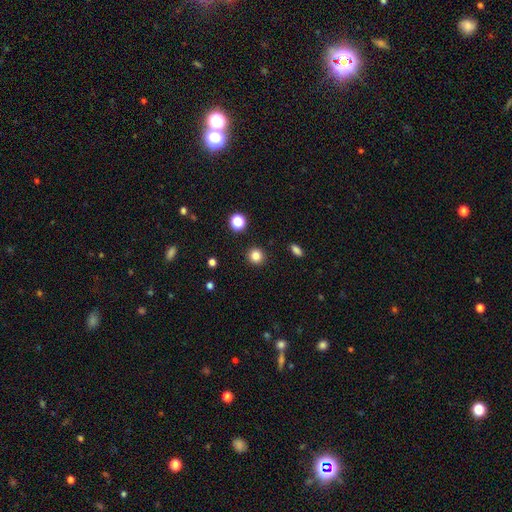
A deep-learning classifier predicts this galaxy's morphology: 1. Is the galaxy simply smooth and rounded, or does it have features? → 83% smooth, 12% star or artifact, 4% featured or disk.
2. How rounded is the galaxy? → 92% round, 7% in between, 1% cigar-shaped.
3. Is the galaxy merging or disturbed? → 92% none, 5% minor disturbance, 2% major disturbance, 2% merger.